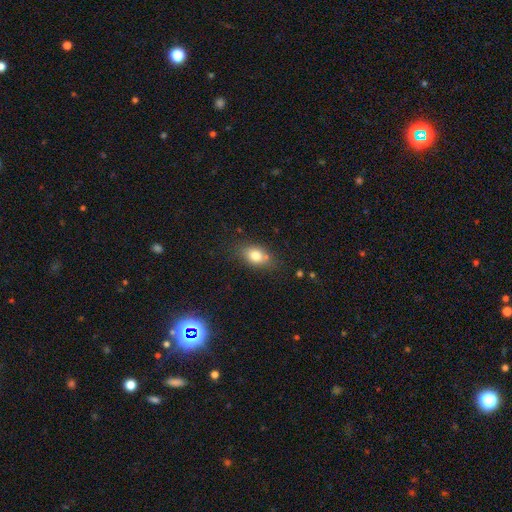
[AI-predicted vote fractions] smooth 79%, featured or disk 12%, star or artifact 10%. Down the decision tree: how rounded — in between (78%); merging — none (71%).